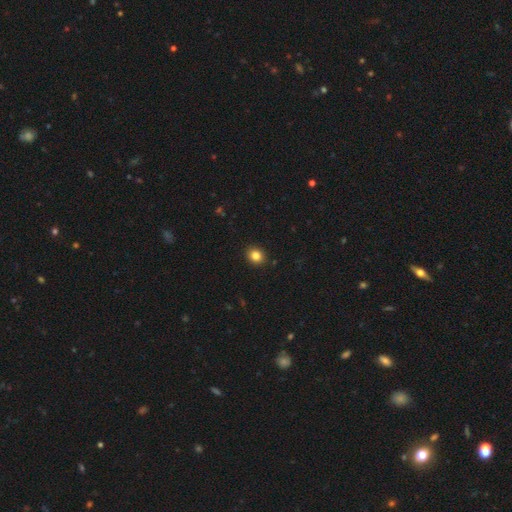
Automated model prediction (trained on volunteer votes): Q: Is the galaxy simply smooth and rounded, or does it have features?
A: smooth — 84%.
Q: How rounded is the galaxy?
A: round — 68%.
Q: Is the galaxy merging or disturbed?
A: none — 91%.